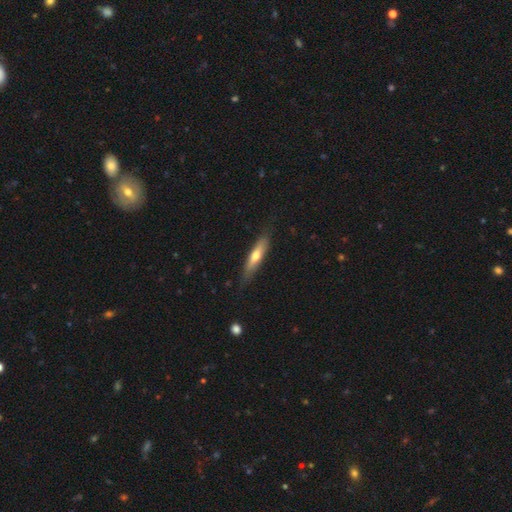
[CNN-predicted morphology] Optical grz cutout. It shows a smooth galaxy with no disk features (56%) that is cigar-shaped (78%). Merging: none (80%).